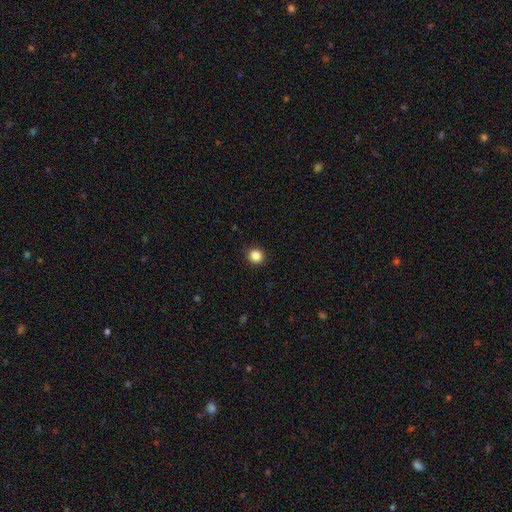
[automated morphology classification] A smooth galaxy with no disk features (86%) that is round (90%). Merging: none (92%).